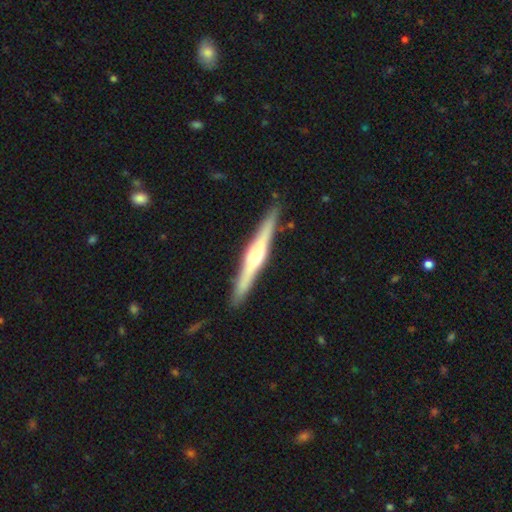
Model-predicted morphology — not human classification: Overall: featured or disk (76%). Edge-on disk: yes (98%). Edge-on bulge: rounded (82%). Merging: none (91%).